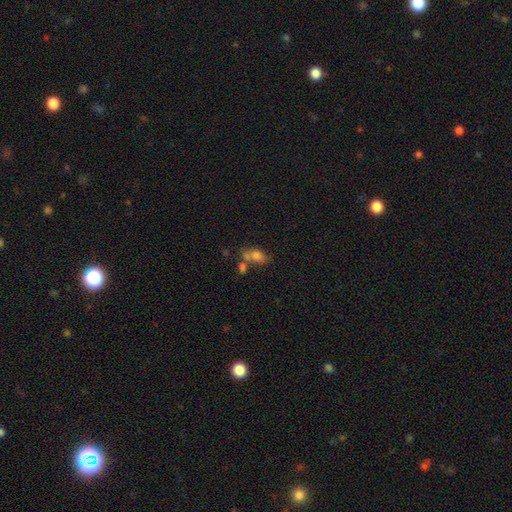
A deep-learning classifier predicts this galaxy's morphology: Smooth or featured? smooth (69%)
How rounded? in between (81%)
Merging? none (42%)